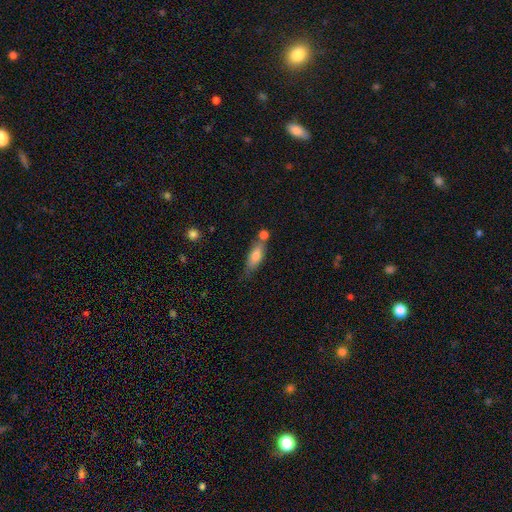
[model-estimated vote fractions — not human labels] smooth 74%, featured or disk 19%, star or artifact 7%. Down the decision tree: how rounded — in between (62%); merging — none (47%).